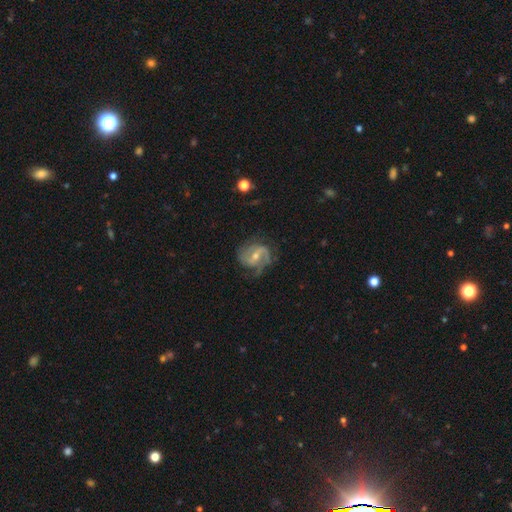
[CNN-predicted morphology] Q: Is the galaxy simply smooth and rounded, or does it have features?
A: featured or disk — 84%.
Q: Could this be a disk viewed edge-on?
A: no — 97%.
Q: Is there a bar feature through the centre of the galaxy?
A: weak — 48%.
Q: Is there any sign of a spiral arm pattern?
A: yes — 95%.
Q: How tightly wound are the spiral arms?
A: medium — 47%.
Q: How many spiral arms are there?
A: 2 — 60%.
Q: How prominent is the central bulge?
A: moderate — 49%.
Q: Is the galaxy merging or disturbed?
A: none — 68%.